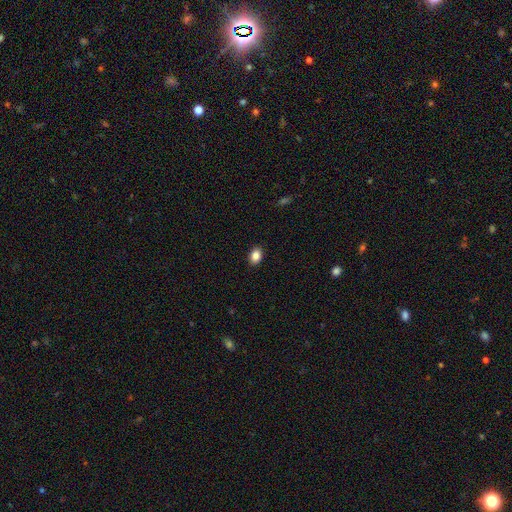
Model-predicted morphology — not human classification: Q: Smooth or featured?
A: smooth (86%); runner-up: star or artifact (9%)
Q: How rounded?
A: in between (74%); runner-up: round (25%)
Q: Merging?
A: none (90%); runner-up: minor disturbance (7%)